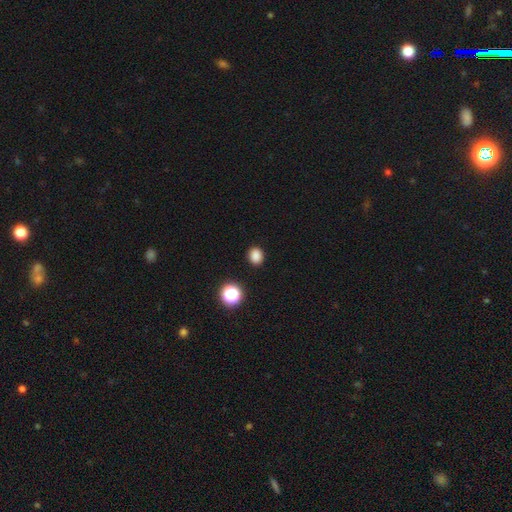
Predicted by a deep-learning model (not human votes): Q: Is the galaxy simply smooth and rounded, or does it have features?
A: smooth — 84%.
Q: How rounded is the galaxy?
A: round — 60%.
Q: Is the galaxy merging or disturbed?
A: none — 90%.